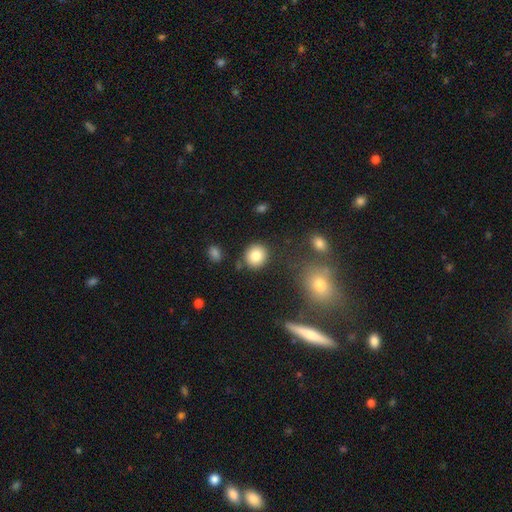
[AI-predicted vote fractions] Q: Smooth or featured?
A: smooth (84%); runner-up: star or artifact (9%)
Q: How rounded?
A: round (86%); runner-up: in between (13%)
Q: Merging?
A: none (84%); runner-up: minor disturbance (9%)